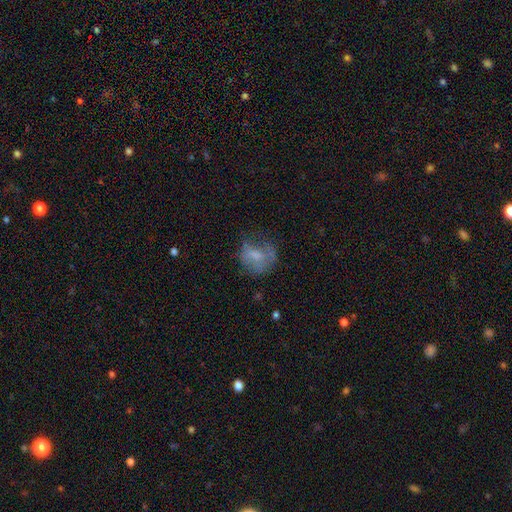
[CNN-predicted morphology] Q: Smooth or featured?
A: smooth (53%); runner-up: featured or disk (36%)
Q: How rounded?
A: round (61%); runner-up: in between (38%)
Q: Merging?
A: none (43%); runner-up: major disturbance (29%)